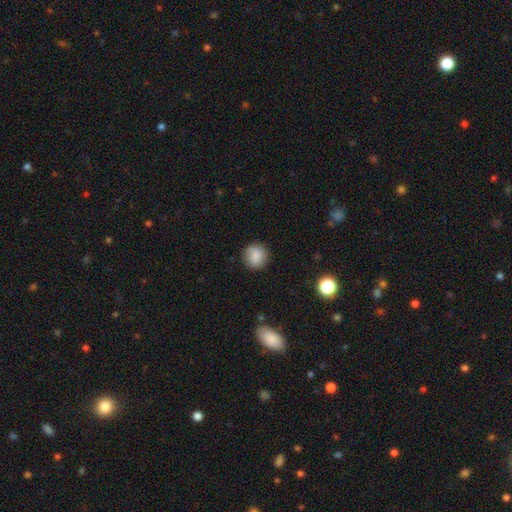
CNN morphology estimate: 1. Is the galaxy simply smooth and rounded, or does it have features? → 86% smooth, 9% star or artifact, 5% featured or disk.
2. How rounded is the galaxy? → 92% round, 7% in between, 1% cigar-shaped.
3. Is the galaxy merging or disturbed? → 87% none, 10% minor disturbance, 3% major disturbance, 1% merger.